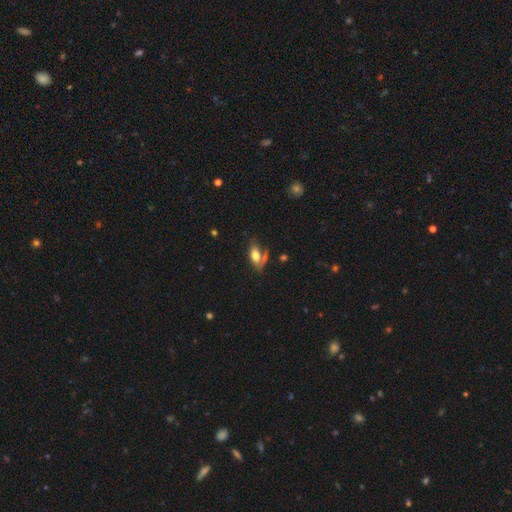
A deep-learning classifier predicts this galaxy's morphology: Smooth or featured? Predicted: smooth (p=0.68). How rounded? Predicted: in between (p=0.85). Merging? Predicted: none (p=0.49).